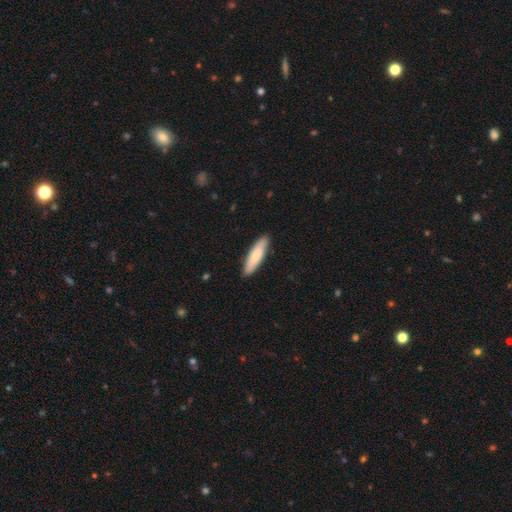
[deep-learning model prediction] smooth-or-featured: smooth: 78% | featured or disk: 17% | star or artifact: 5%
  how-rounded: cigar-shaped: 65% | in between: 33% | round: 1%
  merging: none: 88% | minor disturbance: 10% | major disturbance: 2% | merger: 1%